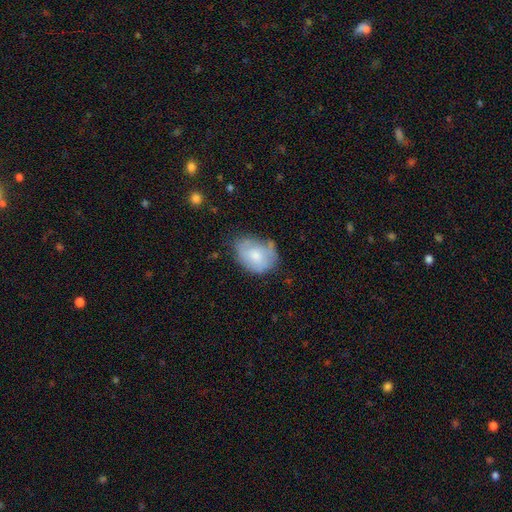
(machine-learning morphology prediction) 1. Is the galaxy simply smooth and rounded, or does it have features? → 63% smooth, 29% featured or disk, 7% star or artifact.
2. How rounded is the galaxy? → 68% in between, 31% round, 1% cigar-shaped.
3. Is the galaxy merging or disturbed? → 49% none, 35% minor disturbance, 12% major disturbance, 4% merger.